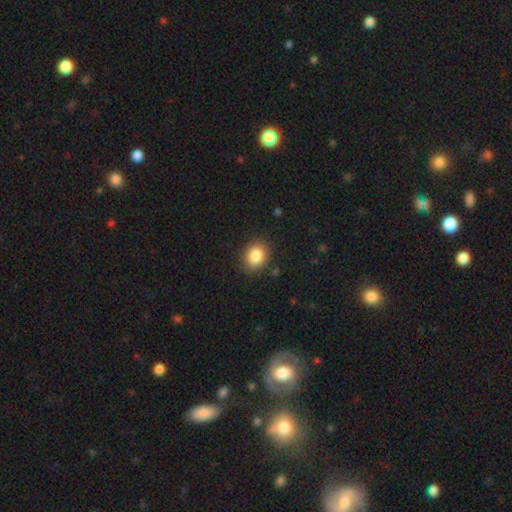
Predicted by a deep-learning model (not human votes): Q: Smooth or featured?
A: smooth (85%); runner-up: star or artifact (9%)
Q: How rounded?
A: round (51%); runner-up: in between (48%)
Q: Merging?
A: none (86%); runner-up: minor disturbance (10%)